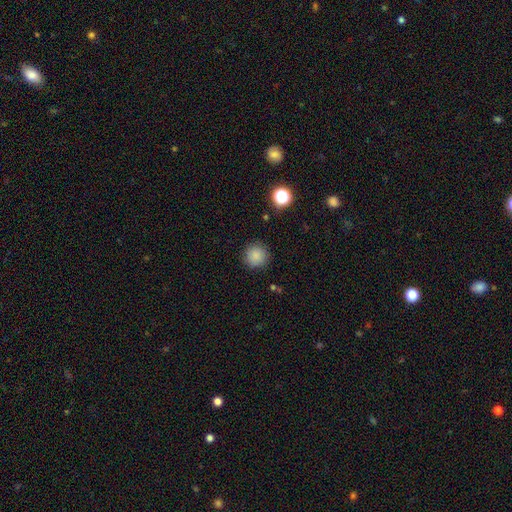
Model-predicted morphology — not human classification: This is clearly a smooth galaxy (86%). How rounded: clearly round (95%). Merging: clearly none (90%).